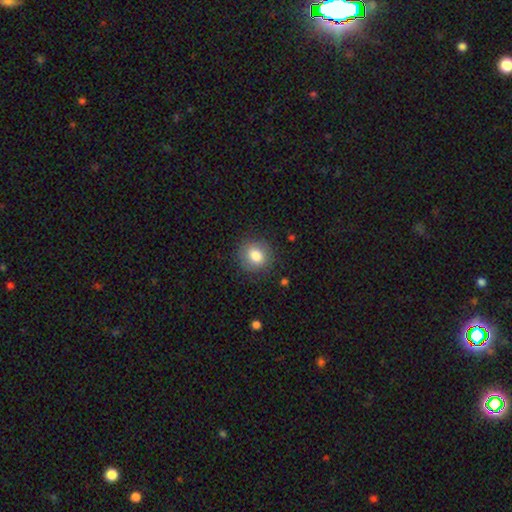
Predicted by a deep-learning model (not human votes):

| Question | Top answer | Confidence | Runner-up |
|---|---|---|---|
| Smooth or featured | smooth | 81% | featured or disk (9%) |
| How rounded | round | 79% | in between (20%) |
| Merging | none | 86% | minor disturbance (10%) |